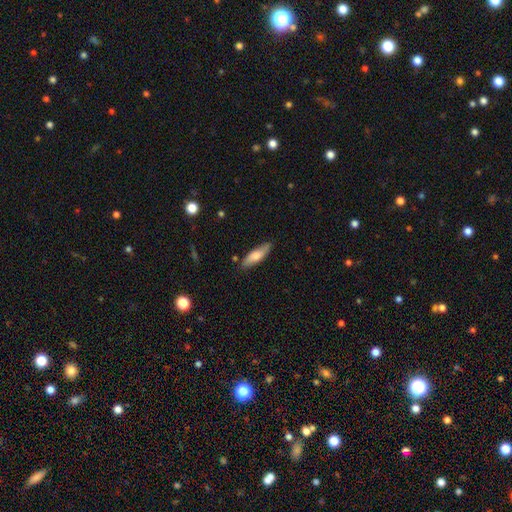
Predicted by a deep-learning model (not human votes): Smooth or featured?
  - smooth: 68% *
  - featured or disk: 26%
  - star or artifact: 6%
How rounded?
  - cigar-shaped: 55% *
  - in between: 43%
  - round: 2%
Merging?
  - none: 82% *
  - minor disturbance: 14%
  - major disturbance: 2%
  - merger: 2%